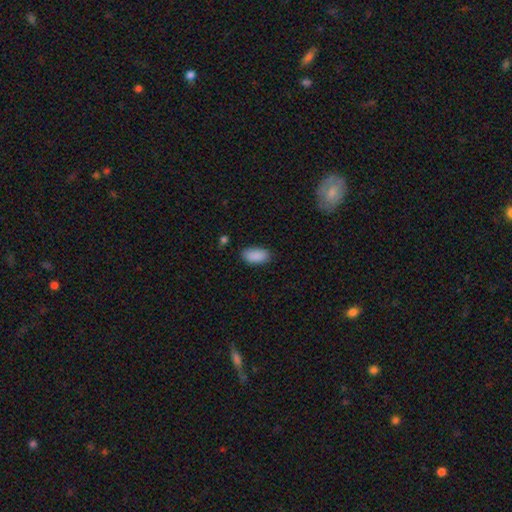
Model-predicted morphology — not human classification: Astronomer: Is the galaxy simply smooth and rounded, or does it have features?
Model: smooth — 90%.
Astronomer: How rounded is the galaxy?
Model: in between — 94%.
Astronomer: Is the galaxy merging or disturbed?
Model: none — 84%.